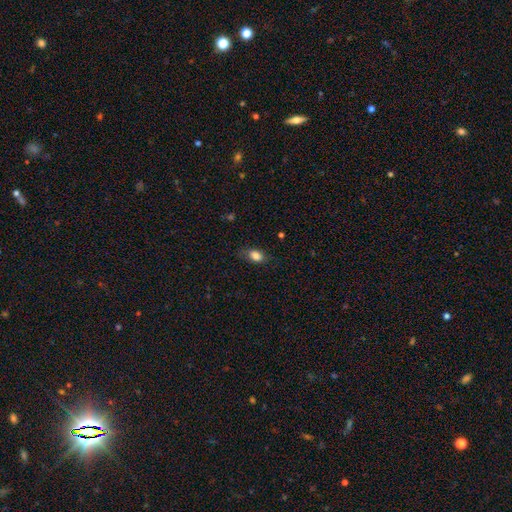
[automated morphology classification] smooth_or_featured: smooth (p=0.82) [alt: featured or disk p=0.10]
how_rounded: in between (p=0.85) [alt: round p=0.12]
merging: none (p=0.68) [alt: minor disturbance p=0.23]